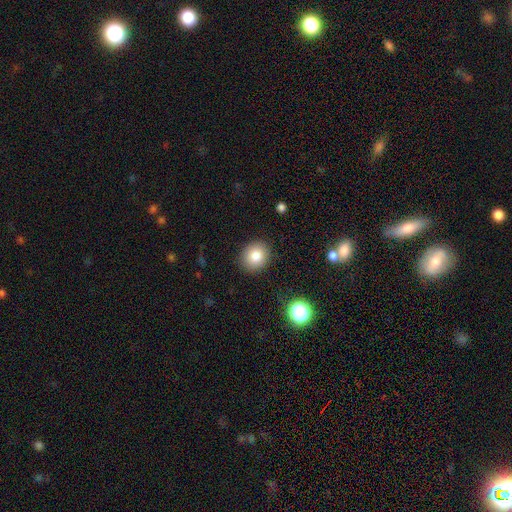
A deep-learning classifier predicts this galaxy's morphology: smooth-or-featured: smooth: 83% | star or artifact: 10% | featured or disk: 7%
  how-rounded: round: 74% | in between: 25% | cigar-shaped: 1%
  merging: none: 89% | minor disturbance: 7% | major disturbance: 2% | merger: 1%